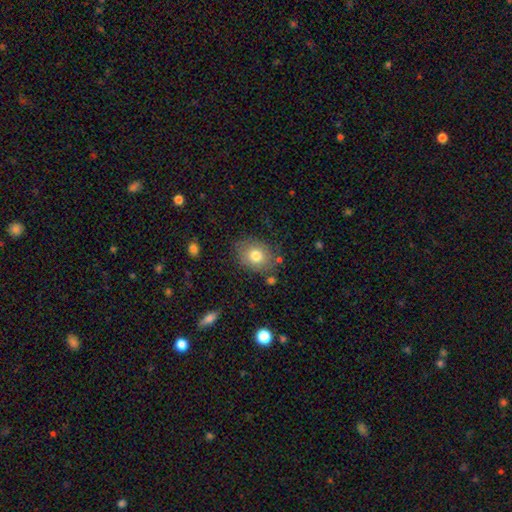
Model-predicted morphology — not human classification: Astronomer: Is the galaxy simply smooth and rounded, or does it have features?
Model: smooth — 78%.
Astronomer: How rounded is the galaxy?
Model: in between — 50% (runner-up: round, 49%).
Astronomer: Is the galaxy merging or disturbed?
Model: none — 76%.